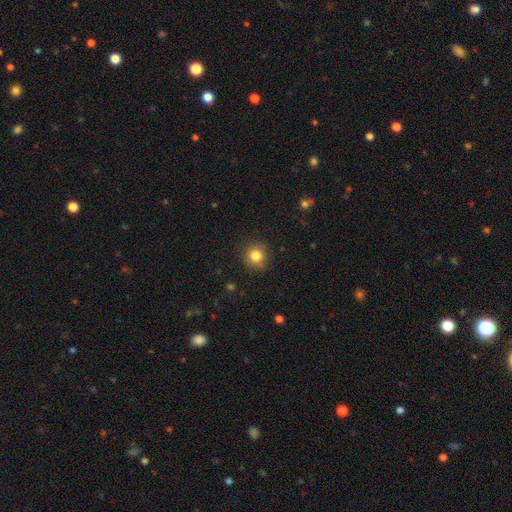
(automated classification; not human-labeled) Smooth or featured? Predicted: smooth (p=0.83). How rounded? Predicted: round (p=0.92). Merging? Predicted: none (p=0.88).